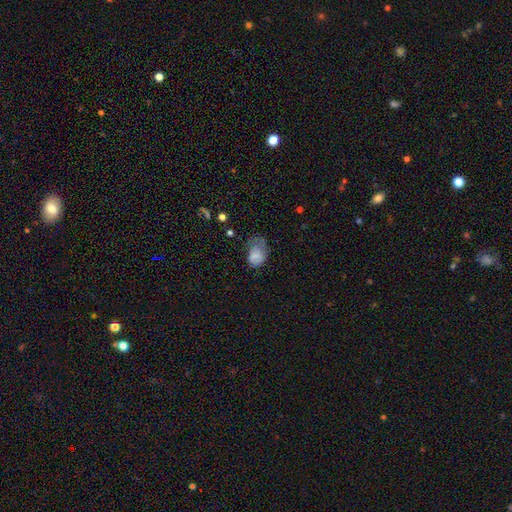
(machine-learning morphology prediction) Q: Smooth or featured?
A: smooth (68%); runner-up: featured or disk (21%)
Q: How rounded?
A: in between (76%); runner-up: round (23%)
Q: Merging?
A: minor disturbance (35%); tied with: major disturbance (35%)